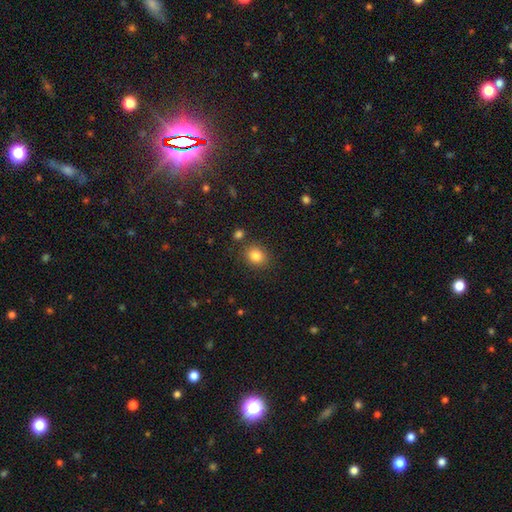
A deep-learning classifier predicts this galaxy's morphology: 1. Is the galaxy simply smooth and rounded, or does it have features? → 84% smooth, 10% star or artifact, 6% featured or disk.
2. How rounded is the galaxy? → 66% round, 34% in between, 1% cigar-shaped.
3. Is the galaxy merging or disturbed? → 82% none, 10% minor disturbance, 5% merger, 3% major disturbance.